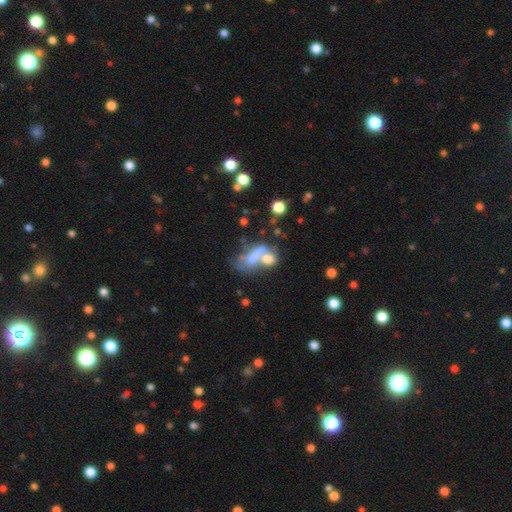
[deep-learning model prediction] Smooth or featured? Predicted: smooth (p=0.57). How rounded? Predicted: in between (p=0.66). Merging? Predicted: merger (p=0.50).